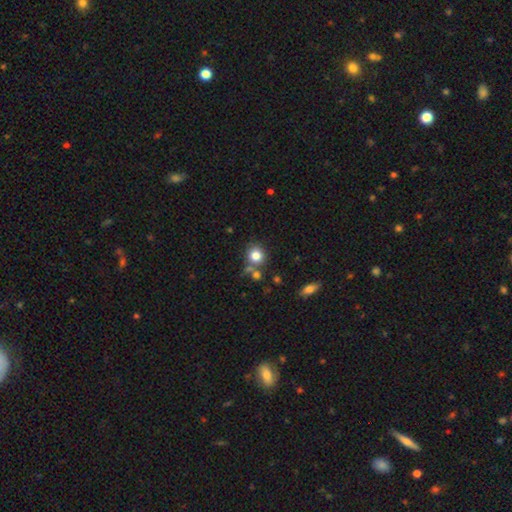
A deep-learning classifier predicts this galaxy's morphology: smooth-or-featured: smooth: 80% | star or artifact: 12% | featured or disk: 8%
  how-rounded: round: 85% | in between: 14% | cigar-shaped: 1%
  merging: none: 68% | merger: 16% | minor disturbance: 11% | major disturbance: 4%